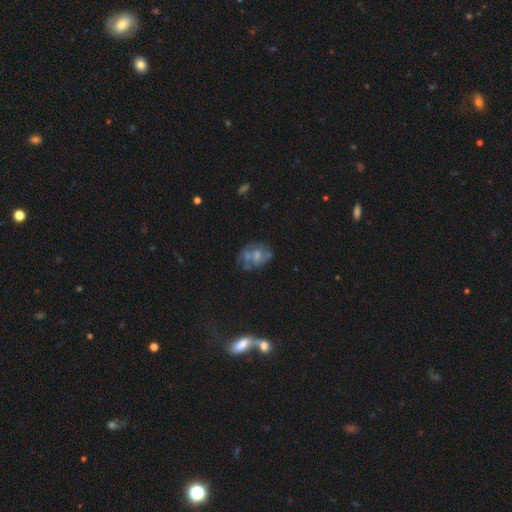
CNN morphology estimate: Smooth or featured? Predicted: featured or disk (p=0.59). Edge-on disk? Predicted: no (p=0.98). Bar? Predicted: no (p=0.76). Spiral arms? Predicted: no (p=0.67). Bulge size? Predicted: moderate (p=0.36). Merging? Predicted: none (p=0.46).